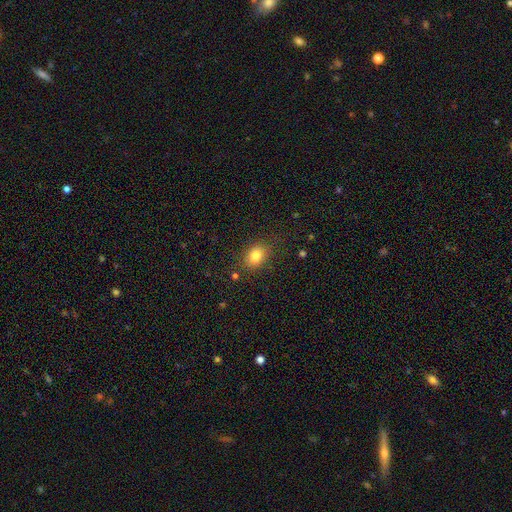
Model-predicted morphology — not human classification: Q: Smooth or featured?
A: smooth (82%); runner-up: star or artifact (11%)
Q: How rounded?
A: in between (66%); runner-up: round (33%)
Q: Merging?
A: none (82%); runner-up: minor disturbance (12%)